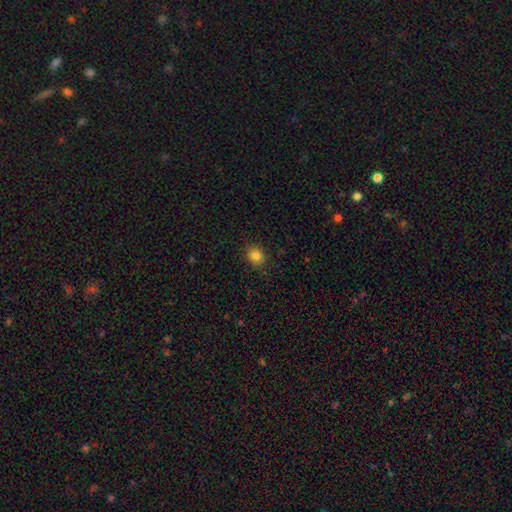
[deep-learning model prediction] The model was most divided on "how rounded": round: 62%, in between: 37%, cigar-shaped: 1%. More confident: merging — none (88%); smooth or featured — smooth (84%).